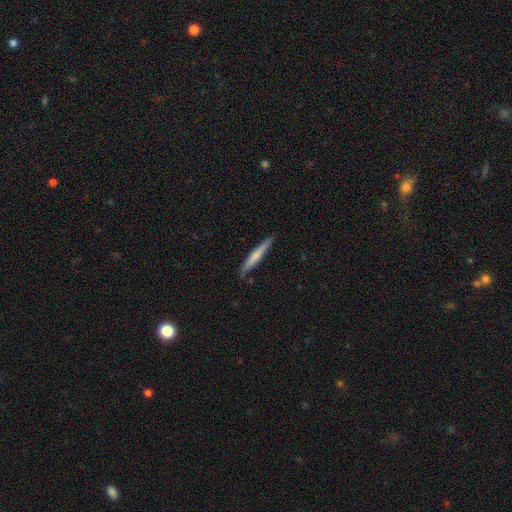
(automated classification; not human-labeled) A smooth galaxy with no disk features (60%) that is cigar-shaped (96%). Merging: none (87%).